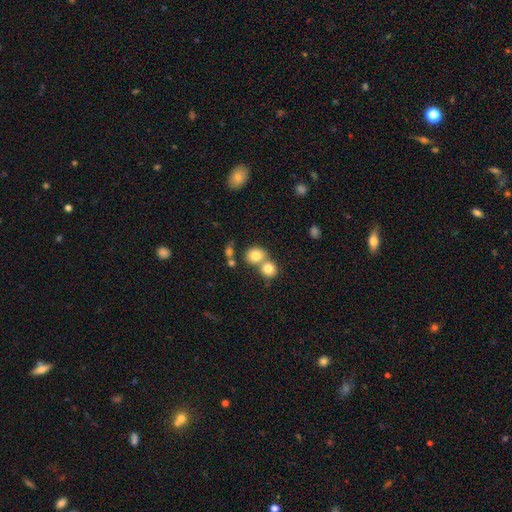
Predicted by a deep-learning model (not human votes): This is likely a smooth galaxy (79%). How rounded: likely round (78%). Merging: possibly merger (48%).